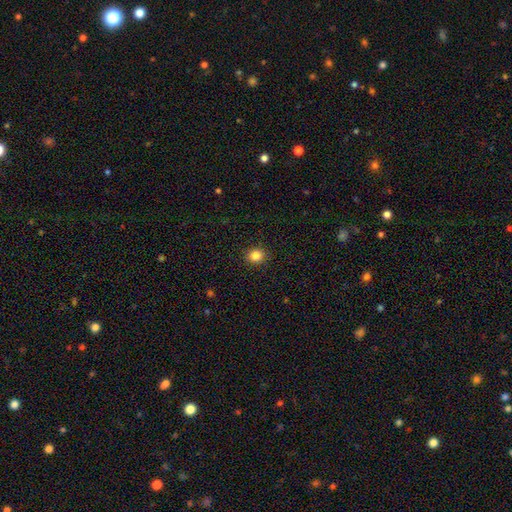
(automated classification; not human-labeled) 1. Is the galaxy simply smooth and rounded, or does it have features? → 85% smooth, 11% star or artifact, 4% featured or disk.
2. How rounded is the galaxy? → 78% round, 21% in between, 1% cigar-shaped.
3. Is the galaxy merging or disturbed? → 91% none, 6% minor disturbance, 2% major disturbance, 1% merger.